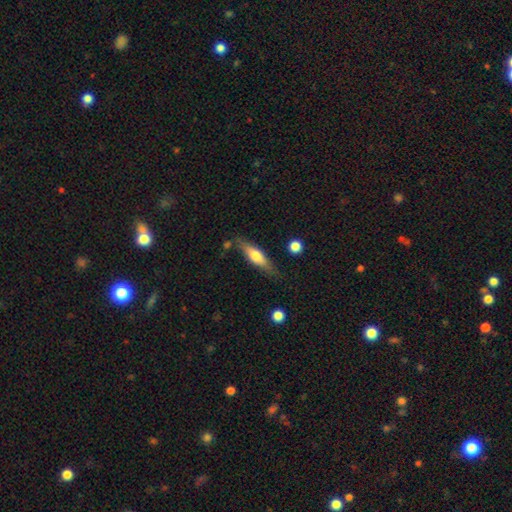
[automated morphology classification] Smooth or featured?
  - smooth: 53% *
  - featured or disk: 41%
  - star or artifact: 6%
How rounded?
  - cigar-shaped: 61% *
  - in between: 36%
  - round: 2%
Merging?
  - none: 72% *
  - minor disturbance: 19%
  - major disturbance: 5%
  - merger: 4%